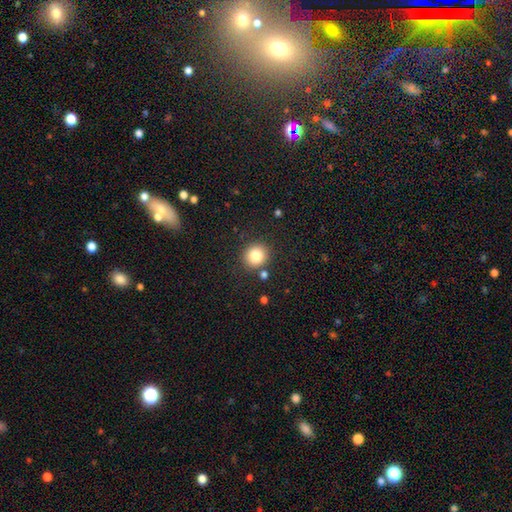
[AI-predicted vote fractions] This is clearly a smooth galaxy (82%). How rounded: clearly round (87%). Merging: clearly none (84%).